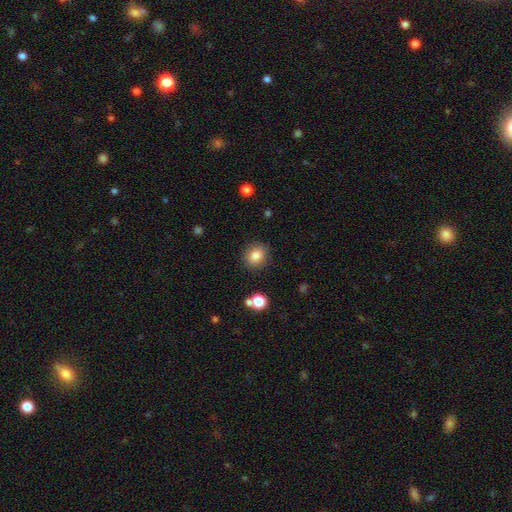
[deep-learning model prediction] Smooth or featured? smooth (83%)
How rounded? round (68%)
Merging? none (86%)